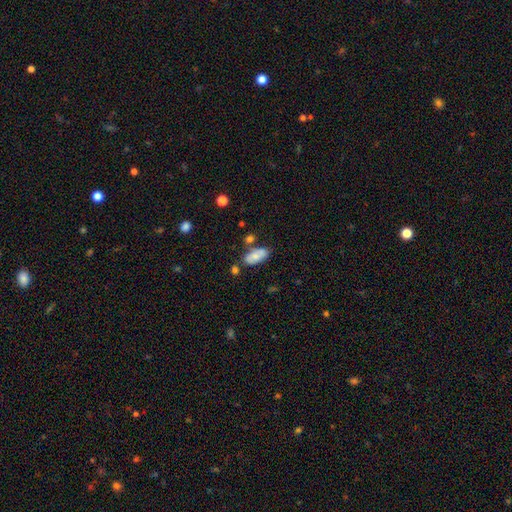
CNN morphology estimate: This is likely a smooth galaxy (69%). How rounded: clearly in between (91%). Merging: likely none (66%).